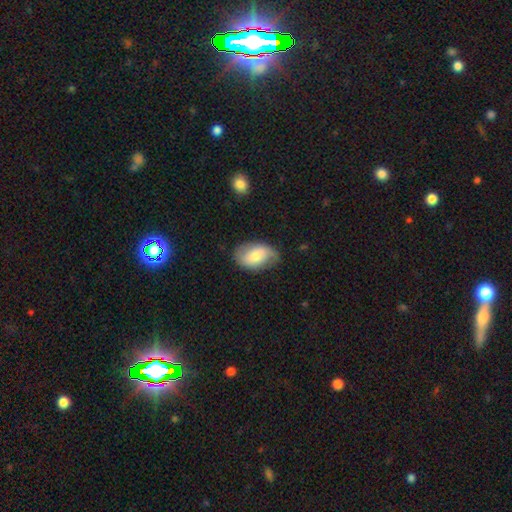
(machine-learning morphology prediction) Smooth or featured: smooth — 54% (featured or disk — 40%)
How rounded: in between — 87% (round — 11%)
Merging: none — 66% (minor disturbance — 25%)